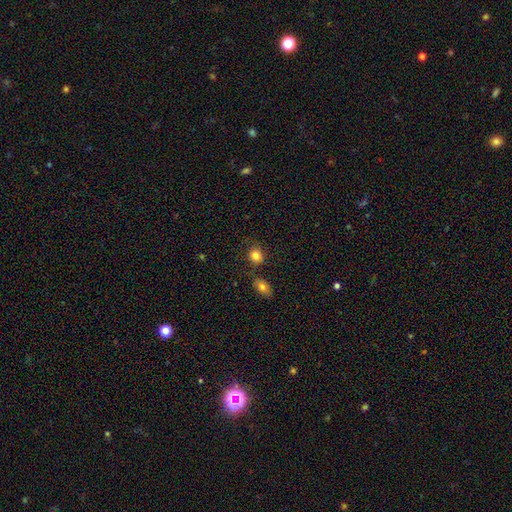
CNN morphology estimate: Smooth or featured? smooth (84%)
How rounded? round (73%)
Merging? none (72%)